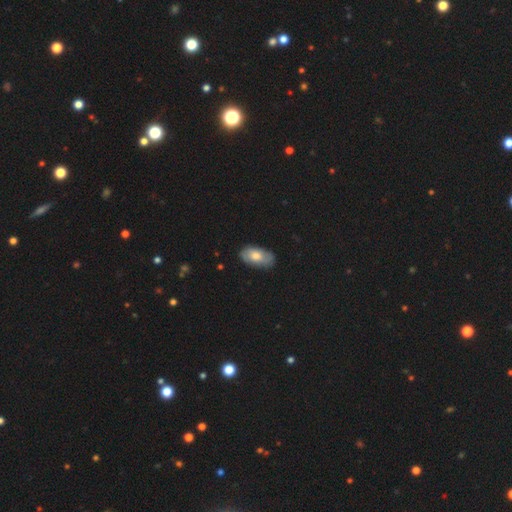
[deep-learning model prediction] Smooth or featured? Predicted: smooth (p=0.67). How rounded? Predicted: in between (p=0.93). Merging? Predicted: none (p=0.79).